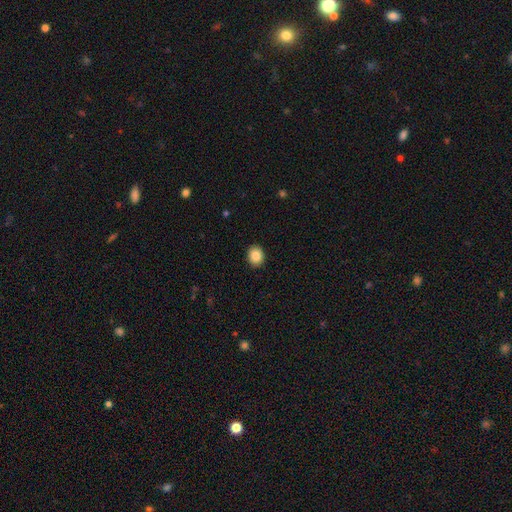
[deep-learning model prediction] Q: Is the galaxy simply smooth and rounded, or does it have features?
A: smooth — 87%.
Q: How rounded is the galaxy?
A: round — 56%.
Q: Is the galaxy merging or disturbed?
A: none — 91%.